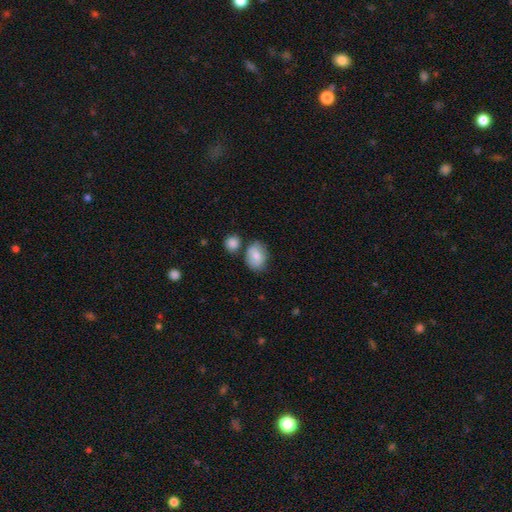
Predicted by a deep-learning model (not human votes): Smooth or featured: smooth — 79% (featured or disk — 13%)
How rounded: in between — 71% (round — 28%)
Merging: none — 61% (minor disturbance — 18%)